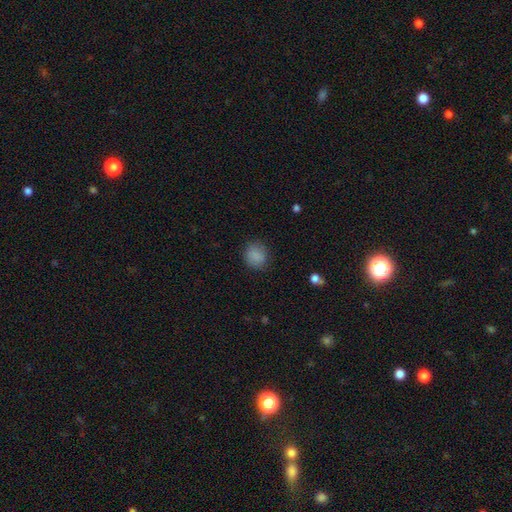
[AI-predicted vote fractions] The model was most divided on "how rounded": round: 73%, in between: 26%, cigar-shaped: 1%. More confident: smooth or featured — smooth (85%); merging — none (82%).